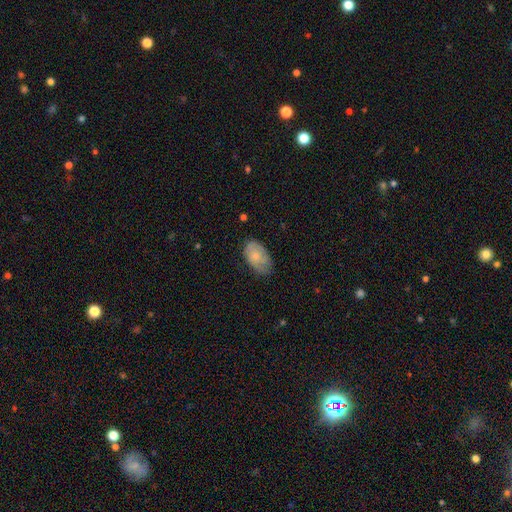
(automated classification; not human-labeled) Smooth or featured? smooth (64%)
How rounded? in between (92%)
Merging? none (64%)